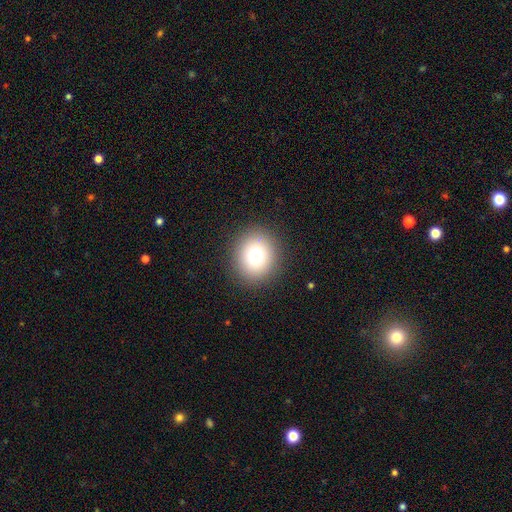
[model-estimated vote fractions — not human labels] A smooth galaxy with no disk features (75%) that is round (78%). Merging: none (89%).